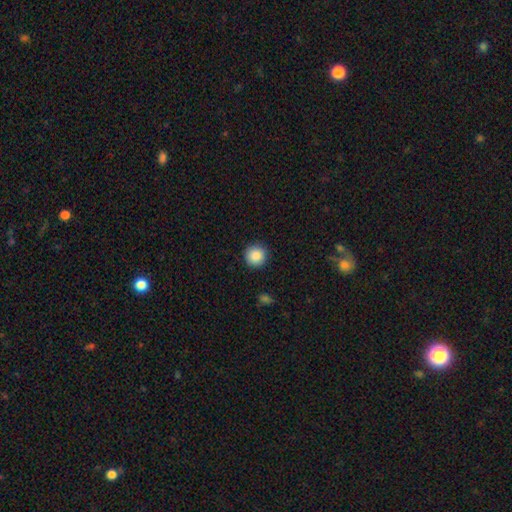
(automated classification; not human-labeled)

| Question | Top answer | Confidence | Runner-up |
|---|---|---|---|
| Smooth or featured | smooth | 87% | star or artifact (9%) |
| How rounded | round | 95% | in between (4%) |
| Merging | none | 92% | minor disturbance (5%) |